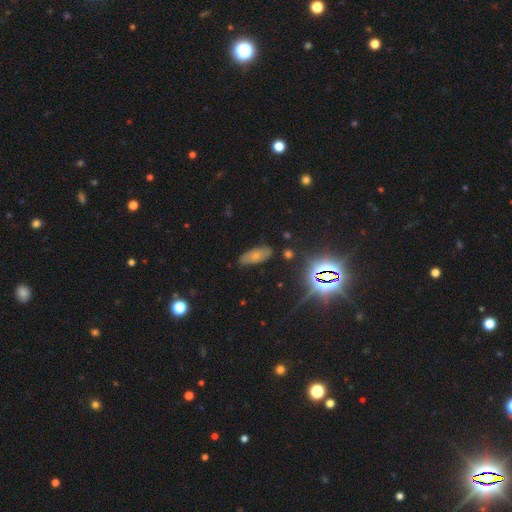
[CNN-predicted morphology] A smooth galaxy with no disk features (61%) that is in between round and cigar-shaped (82%).

Vote fractions:
- Smooth or featured? smooth: 61% / star or artifact: 20% / featured or disk: 19%
- How rounded? in between: 82% / cigar-shaped: 15% / round: 3%
- Merging? none: 78% / minor disturbance: 16% / major disturbance: 4% / merger: 2%